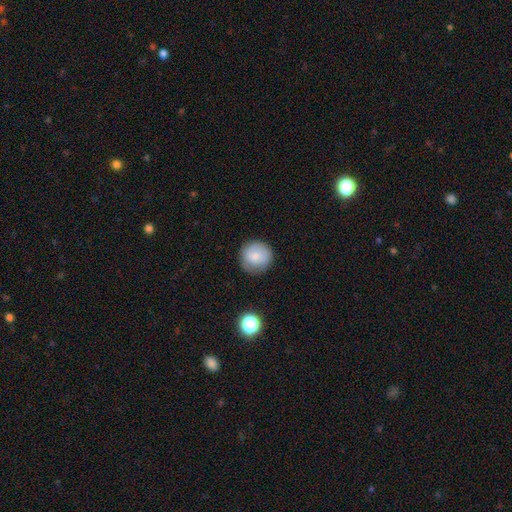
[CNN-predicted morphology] The model was most divided on "smooth or featured": smooth: 79%, featured or disk: 12%, star or artifact: 8%. More confident: how rounded — round (94%); merging — none (84%).